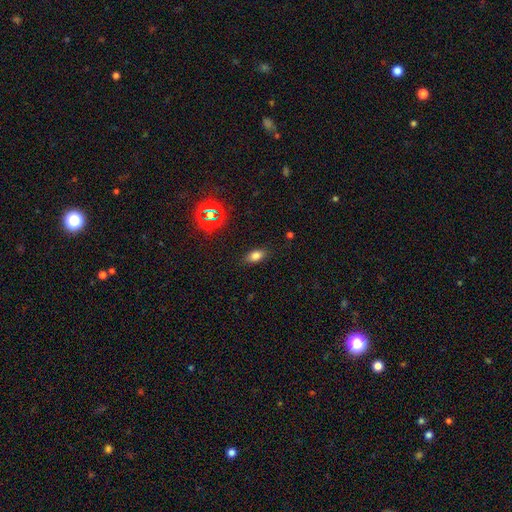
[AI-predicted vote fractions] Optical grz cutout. It shows a smooth galaxy with no disk features (75%) that is in between round and cigar-shaped (84%). Merging: none (86%).